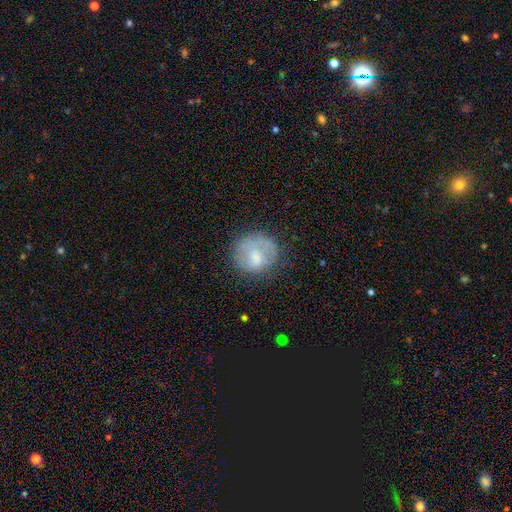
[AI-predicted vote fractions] Smooth or featured: smooth — 56% (featured or disk — 36%)
How rounded: round — 80% (in between — 19%)
Merging: none — 59% (minor disturbance — 24%)